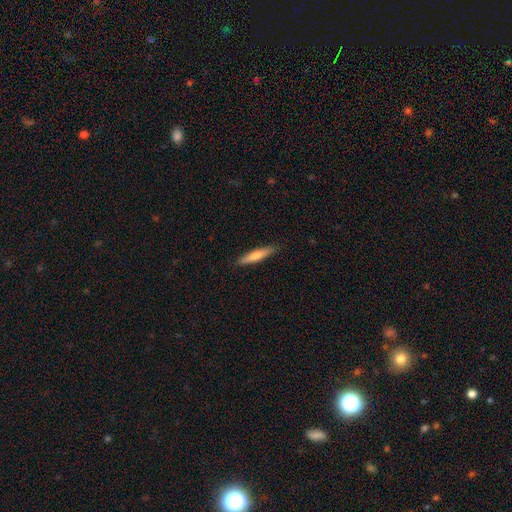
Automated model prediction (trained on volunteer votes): Morphology: type=smooth (67%); roundness=cigar-shaped (89%); merging=none (90%).